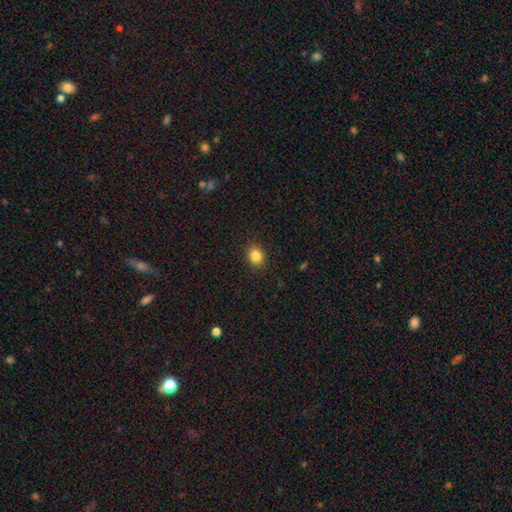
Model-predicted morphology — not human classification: The model was most divided on "how rounded": round: 66%, in between: 33%, cigar-shaped: 1%. More confident: merging — none (90%); smooth or featured — smooth (85%).